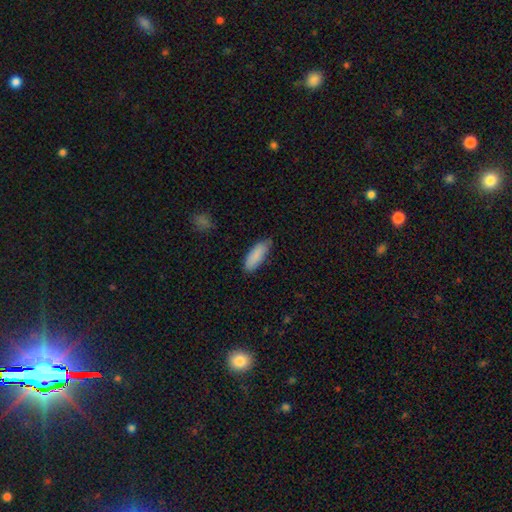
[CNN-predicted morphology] Smooth or featured: smooth — 88% (featured or disk — 6%)
How rounded: in between — 69% (cigar-shaped — 30%)
Merging: none — 75% (minor disturbance — 20%)